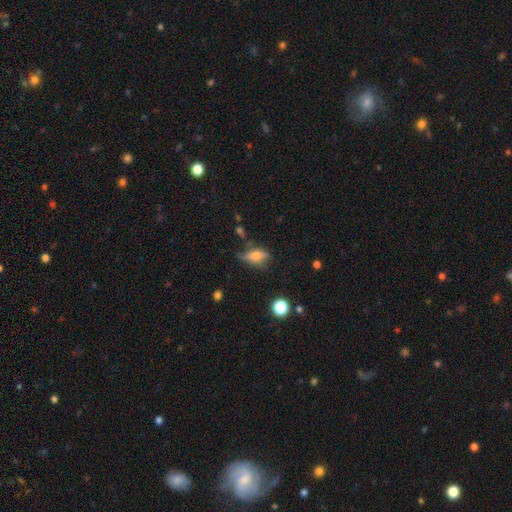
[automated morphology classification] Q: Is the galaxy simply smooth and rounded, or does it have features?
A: smooth — 54%.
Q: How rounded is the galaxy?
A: in between — 79%.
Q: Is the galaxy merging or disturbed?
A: none — 51%.